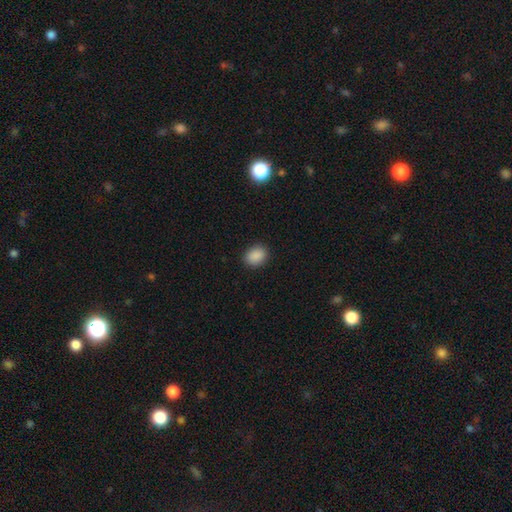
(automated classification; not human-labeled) smooth_or_featured: smooth (p=0.89) [alt: star or artifact p=0.08]
how_rounded: in between (p=0.62) [alt: round p=0.37]
merging: none (p=0.89) [alt: minor disturbance p=0.08]